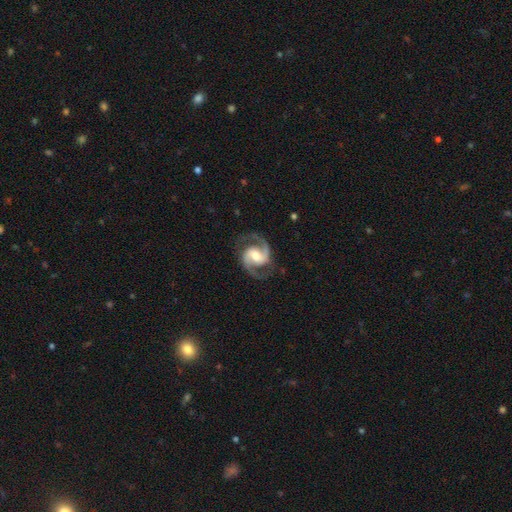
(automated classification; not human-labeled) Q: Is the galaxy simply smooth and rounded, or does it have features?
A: featured or disk — 93%.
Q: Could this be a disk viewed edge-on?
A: no — 98%.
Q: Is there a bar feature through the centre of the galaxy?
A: weak — 47%.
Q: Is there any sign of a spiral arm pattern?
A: yes — 98%.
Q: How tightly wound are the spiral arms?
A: medium — 66%.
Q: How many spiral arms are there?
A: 2 — 95%.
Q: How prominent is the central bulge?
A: moderate — 59%.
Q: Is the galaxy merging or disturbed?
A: none — 82%.